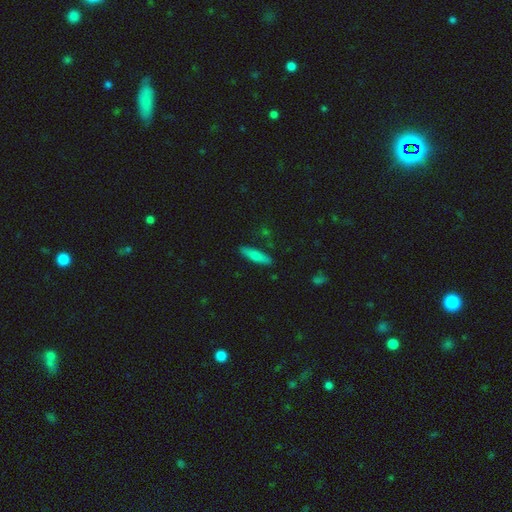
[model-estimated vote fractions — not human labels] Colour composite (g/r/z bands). It shows a smooth galaxy with no disk features (74%) that is cigar-shaped (74%). Merging: none (86%).